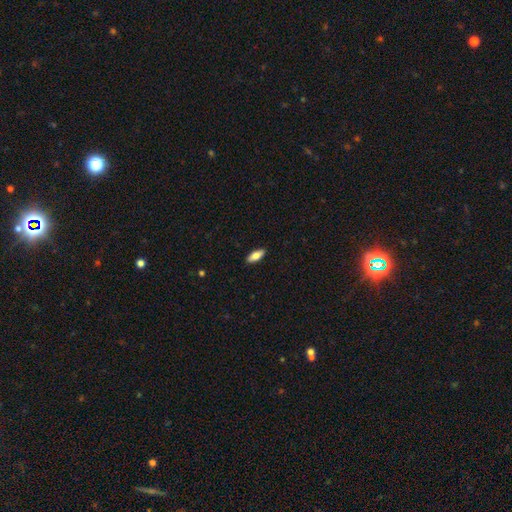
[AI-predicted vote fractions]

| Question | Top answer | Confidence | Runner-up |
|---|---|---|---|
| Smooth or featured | smooth | 80% | featured or disk (14%) |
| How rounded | in between | 78% | cigar-shaped (20%) |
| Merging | none | 90% | minor disturbance (8%) |